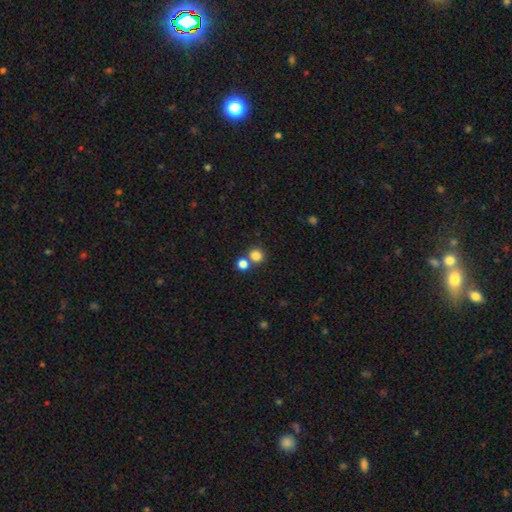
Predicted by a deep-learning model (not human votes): Smooth or featured?
  - smooth: 81% *
  - star or artifact: 13%
  - featured or disk: 5%
How rounded?
  - round: 89% *
  - in between: 10%
  - cigar-shaped: 1%
Merging?
  - none: 64% *
  - merger: 26%
  - minor disturbance: 6%
  - major disturbance: 3%